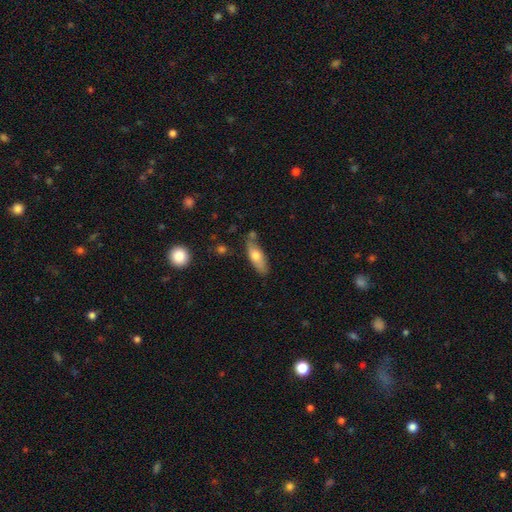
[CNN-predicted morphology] smooth_or_featured: smooth (p=0.68) [alt: featured or disk p=0.26]
how_rounded: in between (p=0.60) [alt: cigar-shaped p=0.37]
merging: none (p=0.67) [alt: minor disturbance p=0.20]